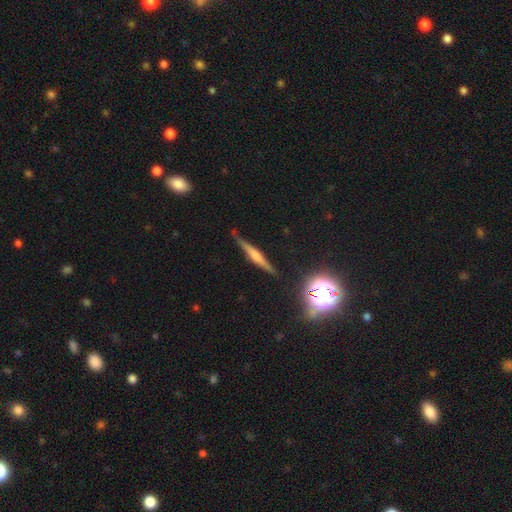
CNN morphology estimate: featured or disk 63%, smooth 25%, star or artifact 12%. Down the decision tree: edge-on disk — yes (97%); edge-on bulge — rounded (65%); merging — none (84%).